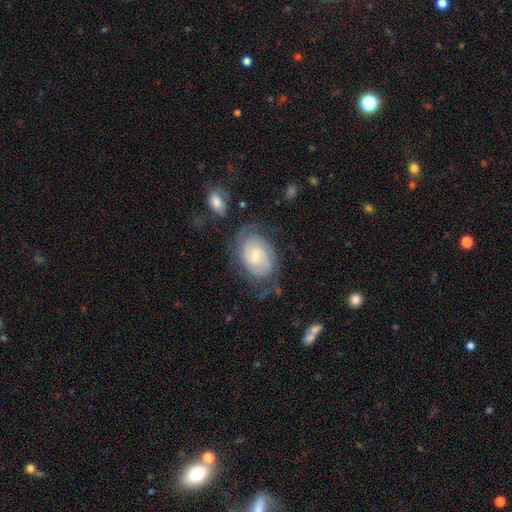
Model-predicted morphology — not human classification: Smooth or featured? featured or disk (73%)
Edge-on disk? no (97%)
Bar? no (56%)
Spiral arms? yes (91%)
Spiral winding? tight (63%)
Spiral arm count? 2 (40%)
Bulge size? small (56%)
Merging? none (60%)